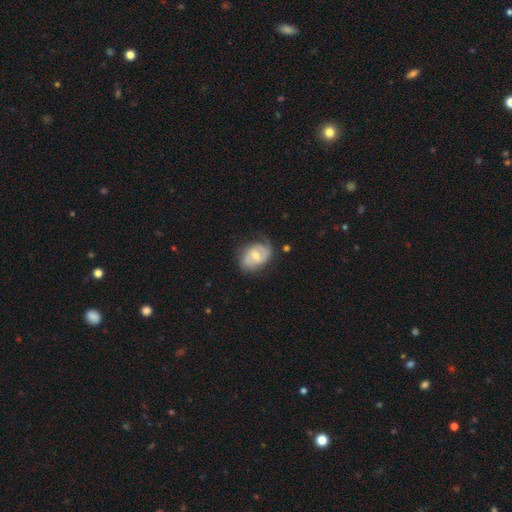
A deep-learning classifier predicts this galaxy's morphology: This is likely a featured or disk galaxy (64%). It is clearly not viewed edge-on (96%). Bar: possibly weak (47%). Spiral arm pattern: likely yes (78%). Central bulge: likely moderate (67%). Merging: possibly none (58%).